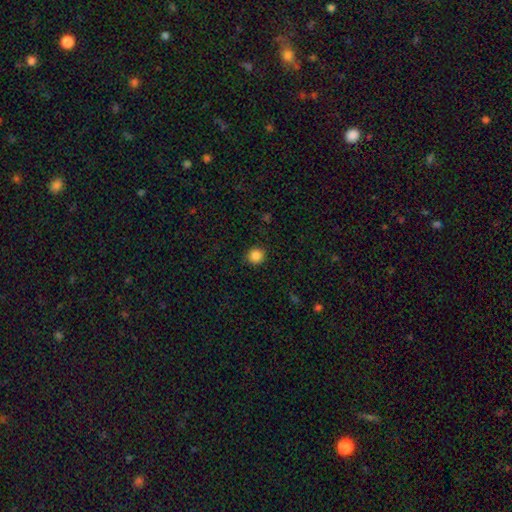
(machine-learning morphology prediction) The model was most divided on "smooth or featured": smooth: 86%, star or artifact: 10%, featured or disk: 3%. More confident: merging — none (90%); how rounded — round (89%).